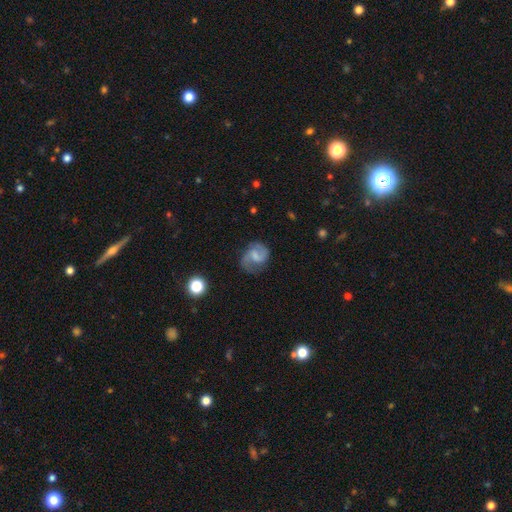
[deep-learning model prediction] smooth-or-featured: featured or disk: 66% | smooth: 26% | star or artifact: 8%
  disk-edge-on: no: 98% | yes: 2%
    bar: weak: 55% | no: 27% | strong: 19%
    has-spiral-arms: yes: 90% | no: 10%
      spiral-winding: medium: 48% | loose: 36% | tight: 17%
      spiral-arm-count: 2: 83% | 1: 7% | can't tell: 7% | 3: 1% | 4: 1% | more than 4: 1%
    bulge-size: small: 35% | none: 32% | moderate: 27% | large: 4% | dominant: 1%
  merging: none: 63% | minor disturbance: 23% | major disturbance: 12% | merger: 2%